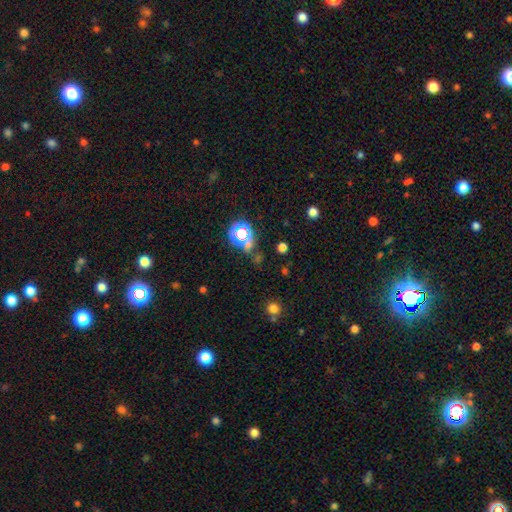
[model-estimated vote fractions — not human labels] The model was most divided on "smooth or featured": star or artifact: 64%, smooth: 27%, featured or disk: 9%.